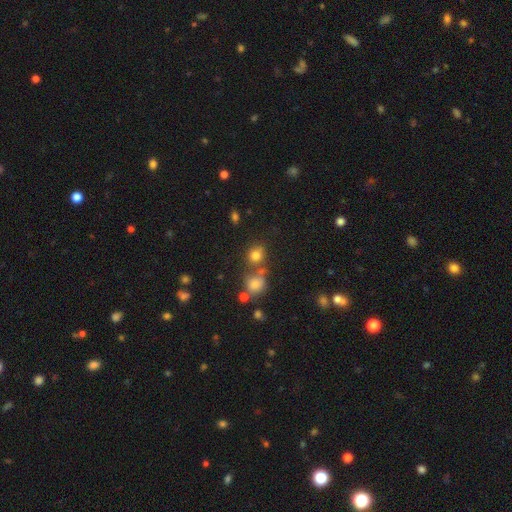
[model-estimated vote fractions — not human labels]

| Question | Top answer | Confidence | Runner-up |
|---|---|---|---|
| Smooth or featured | smooth | 77% | star or artifact (15%) |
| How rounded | round | 75% | in between (23%) |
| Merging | none | 57% | merger (26%) |